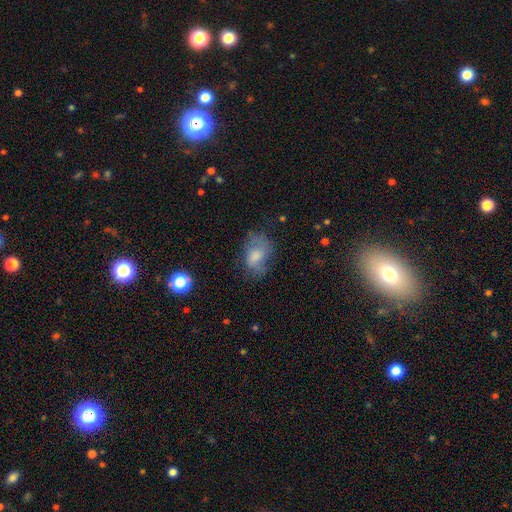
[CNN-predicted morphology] Smooth or featured?
  - smooth: 59% *
  - featured or disk: 30%
  - star or artifact: 11%
How rounded?
  - in between: 79% *
  - round: 20%
  - cigar-shaped: 2%
Merging?
  - none: 47% *
  - minor disturbance: 29%
  - major disturbance: 21%
  - merger: 2%